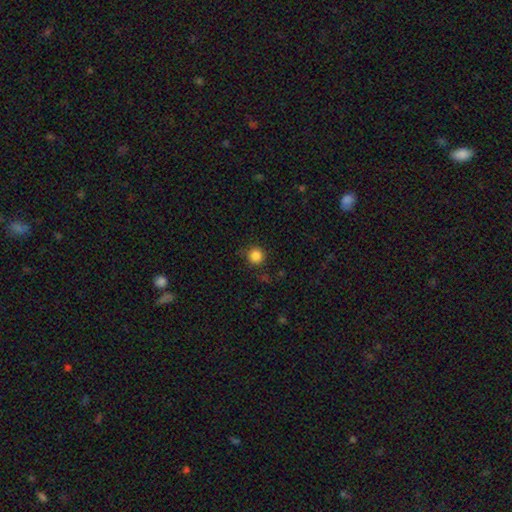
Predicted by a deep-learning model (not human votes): This is clearly a smooth galaxy (85%). How rounded: clearly round (94%). Merging: clearly none (84%).